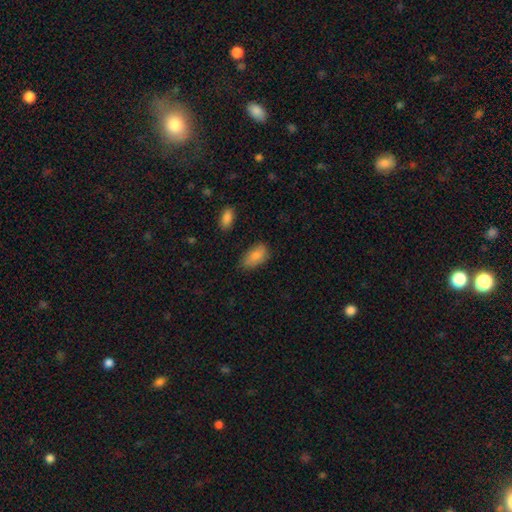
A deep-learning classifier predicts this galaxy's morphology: smooth_or_featured: smooth (p=0.84) [alt: featured or disk p=0.09]
how_rounded: in between (p=0.93) [alt: round p=0.05]
merging: none (p=0.68) [alt: minor disturbance p=0.25]